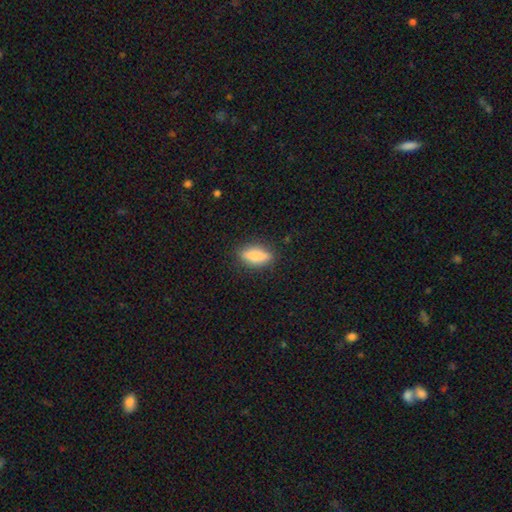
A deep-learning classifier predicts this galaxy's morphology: A smooth galaxy with no disk features (78%) that is in between round and cigar-shaped (62%). Merging: none (85%).